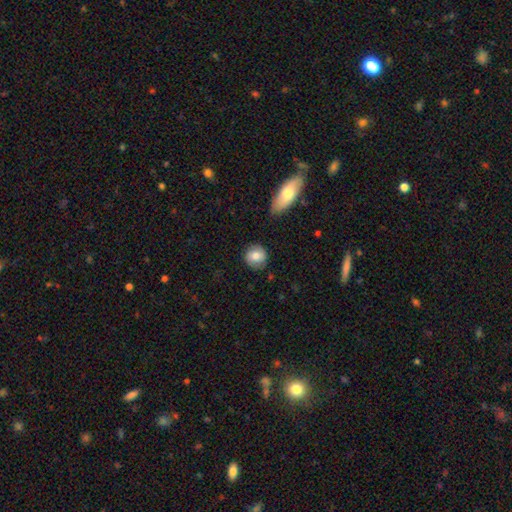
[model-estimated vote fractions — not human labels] The model was most divided on "smooth or featured": smooth: 74%, featured or disk: 19%, star or artifact: 7%. More confident: how rounded — round (86%); merging — none (81%).